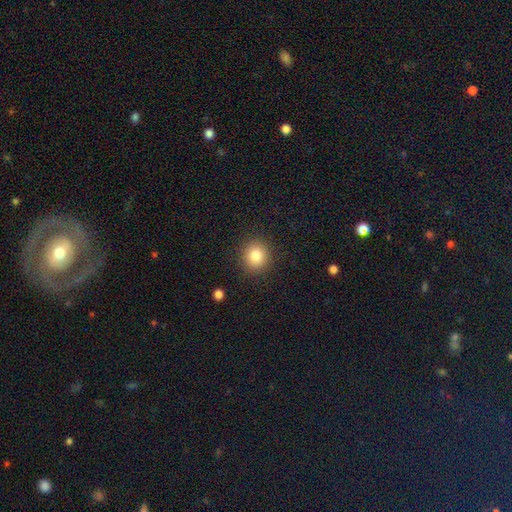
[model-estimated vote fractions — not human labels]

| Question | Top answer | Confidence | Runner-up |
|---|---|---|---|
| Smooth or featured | smooth | 83% | star or artifact (10%) |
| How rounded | round | 88% | in between (11%) |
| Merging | none | 90% | minor disturbance (7%) |